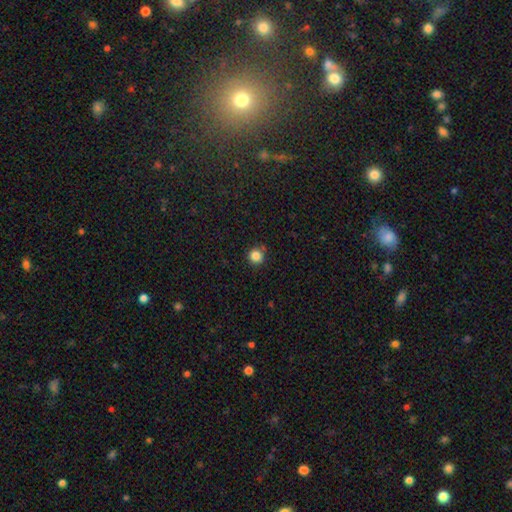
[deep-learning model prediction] Overall: smooth (84%). How rounded: round (94%). Merging: none (85%).